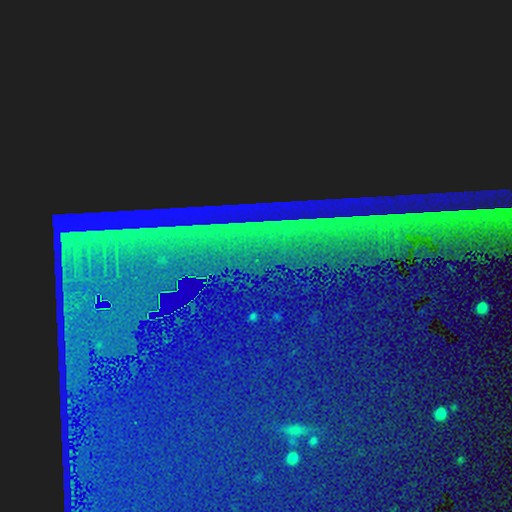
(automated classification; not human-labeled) A star or artifact, not a galaxy (87%).

Vote fractions:
- Smooth or featured? star or artifact: 87% / featured or disk: 7% / smooth: 6%